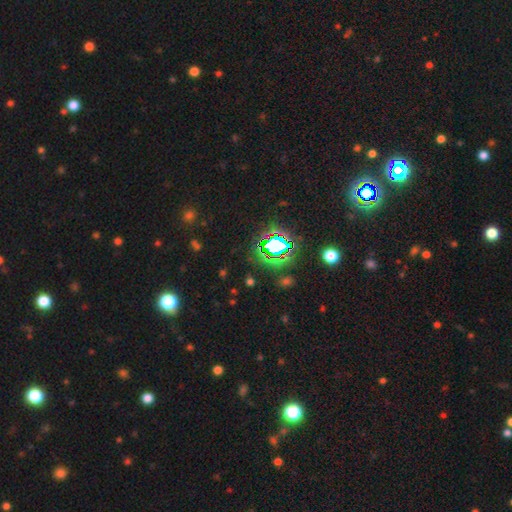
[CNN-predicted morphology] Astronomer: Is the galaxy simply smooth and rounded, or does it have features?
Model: star or artifact — 77%.